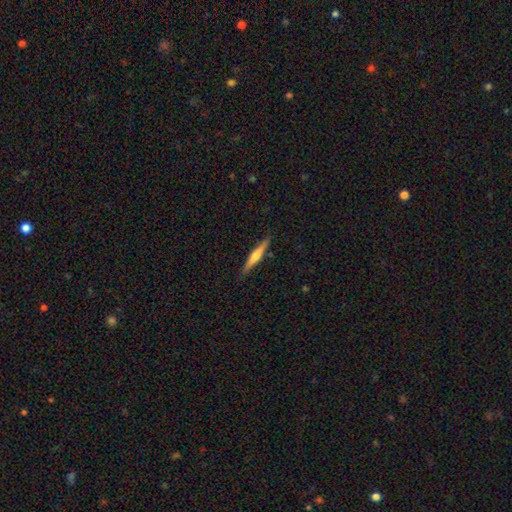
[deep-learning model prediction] This is possibly a featured or disk galaxy (56%). It is clearly viewed edge-on (97%). Edge-on bulge: clearly rounded (81%). Merging: clearly none (89%).